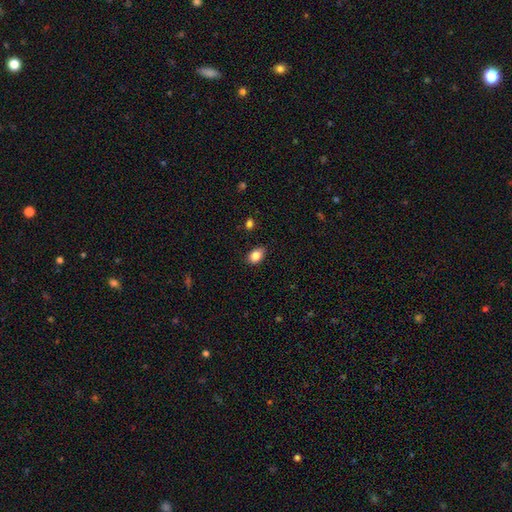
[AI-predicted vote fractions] Smooth or featured? smooth (86%)
How rounded? in between (82%)
Merging? none (82%)